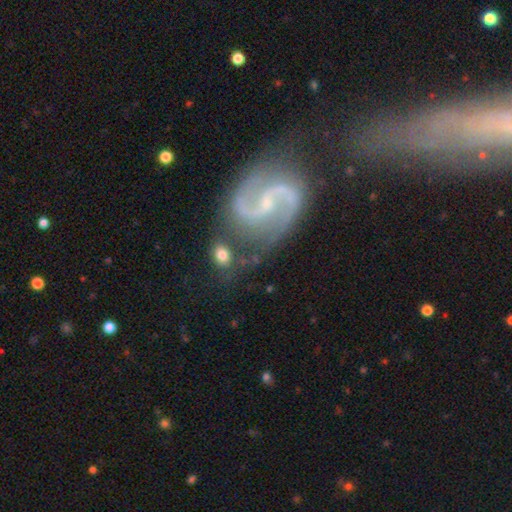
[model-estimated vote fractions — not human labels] The model was most divided on "bar": weak: 46%, strong: 27%, no: 27%. More confident: spiral arms — yes (98%); edge-on disk — no (98%); spiral arm count — 2 (94%); smooth or featured — featured or disk (92%); bulge size — small (76%); merging — none (61%); spiral winding — medium (55%).